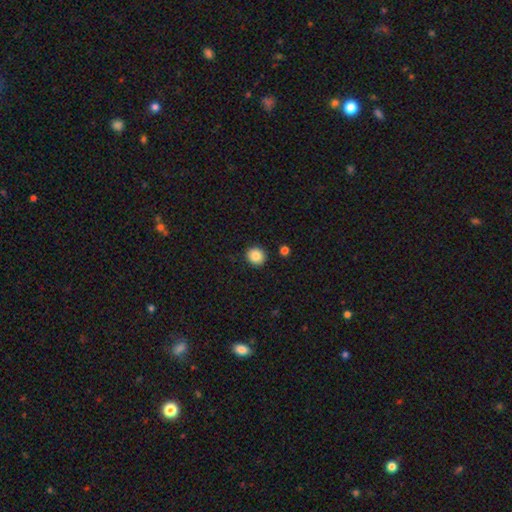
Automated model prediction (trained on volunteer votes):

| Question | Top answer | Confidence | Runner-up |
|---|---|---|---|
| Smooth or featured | smooth | 86% | star or artifact (9%) |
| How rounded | round | 89% | in between (11%) |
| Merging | none | 91% | minor disturbance (5%) |